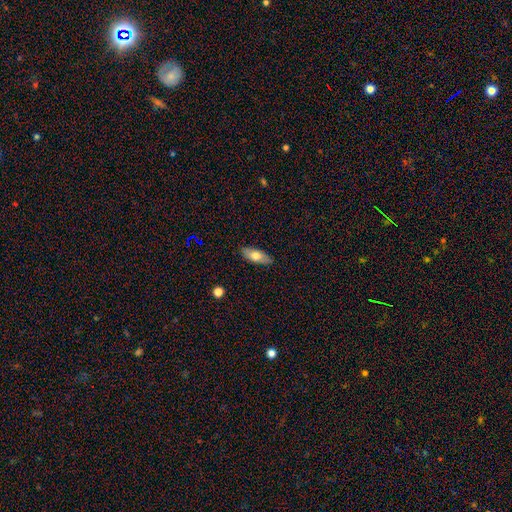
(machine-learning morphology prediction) smooth 68%, featured or disk 25%, star or artifact 7%. Down the decision tree: how rounded — in between (79%); merging — none (87%).